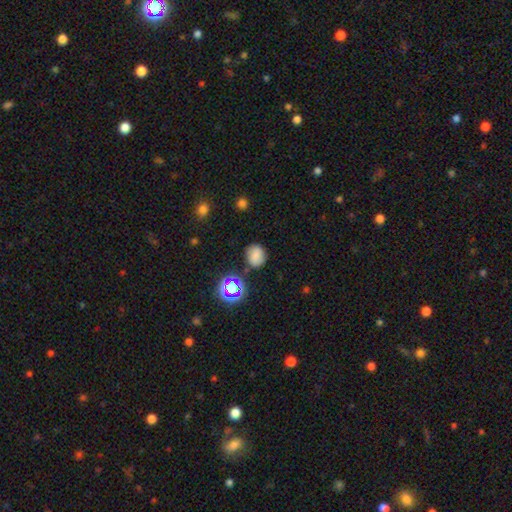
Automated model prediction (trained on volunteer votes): smooth 72%, star or artifact 19%, featured or disk 9%. Down the decision tree: how rounded — round (64%); merging — none (76%).